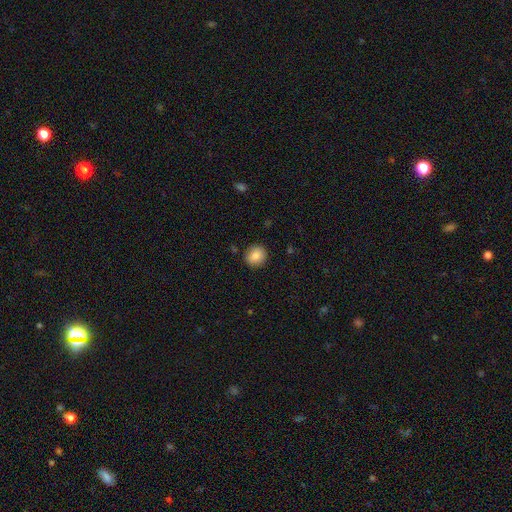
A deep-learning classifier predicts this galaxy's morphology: smooth_or_featured: smooth (p=0.86) [alt: star or artifact p=0.08]
how_rounded: round (p=0.85) [alt: in between p=0.14]
merging: none (p=0.89) [alt: minor disturbance p=0.07]